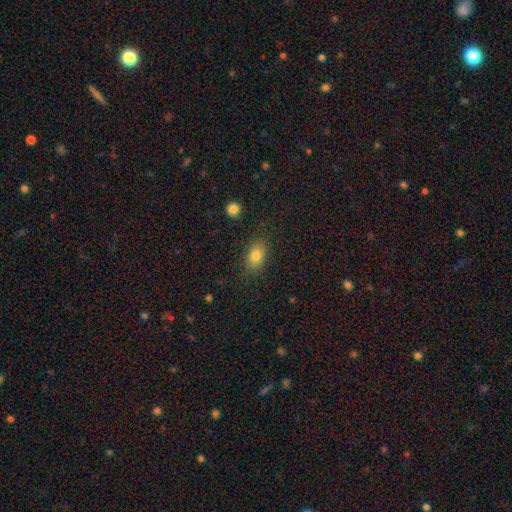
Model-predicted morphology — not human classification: smooth 82%, star or artifact 10%, featured or disk 8%. Down the decision tree: how rounded — in between (83%); merging — none (84%).